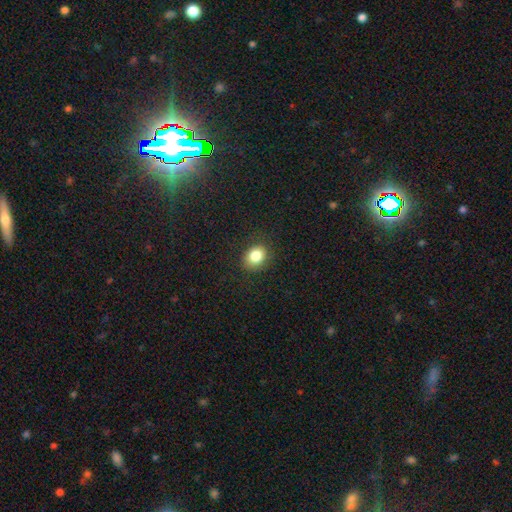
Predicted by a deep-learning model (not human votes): Overall: smooth (83%). How rounded: round (53%; in between 46%). Merging: none (86%).